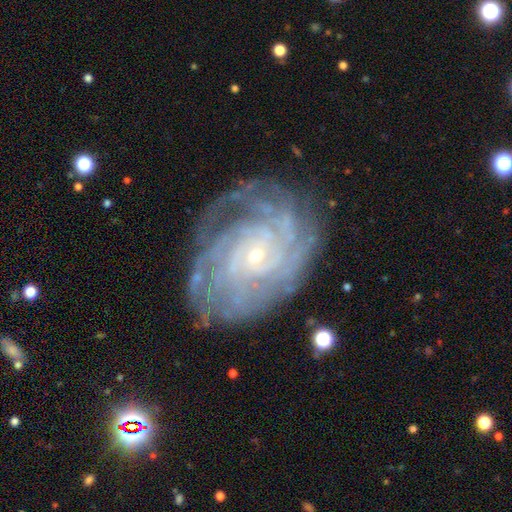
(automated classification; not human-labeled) Smooth or featured?
  - featured or disk: 88% *
  - star or artifact: 6%
  - smooth: 5%
Edge-on disk?
  - no: 97% *
  - yes: 3%
Bar?
  - no: 69% *
  - weak: 24%
  - strong: 7%
Spiral arms?
  - yes: 97% *
  - no: 3%
Spiral winding?
  - tight: 78% *
  - medium: 18%
  - loose: 4%
Spiral arm count?
  - can't tell: 27% *
  - more than 4: 22%
  - 4: 21%
  - 3: 12%
  - 2: 10%
  - 1: 7%
Bulge size?
  - small: 84% *
  - moderate: 13%
  - none: 2%
  - large: 1%
  - dominant: 1%
Merging?
  - none: 77% *
  - minor disturbance: 15%
  - major disturbance: 6%
  - merger: 2%